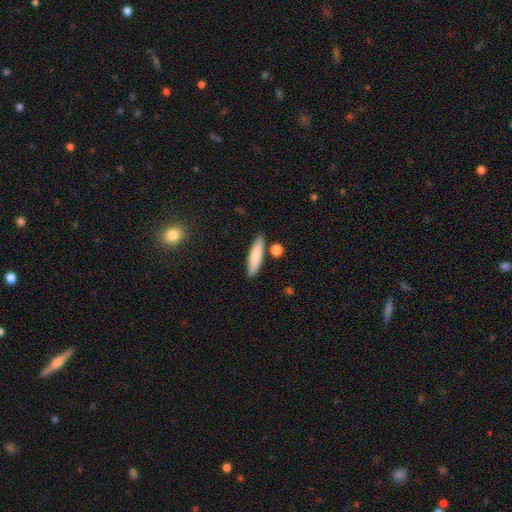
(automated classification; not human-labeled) The model was most divided on "how rounded": cigar-shaped: 77%, in between: 21%, round: 2%. More confident: merging — none (82%); smooth or featured — smooth (80%).